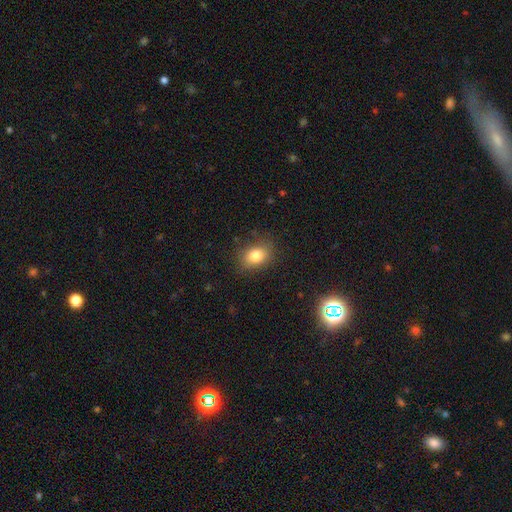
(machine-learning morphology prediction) Overall: smooth (80%). How rounded: in between (67%; round 32%). Merging: none (82%).